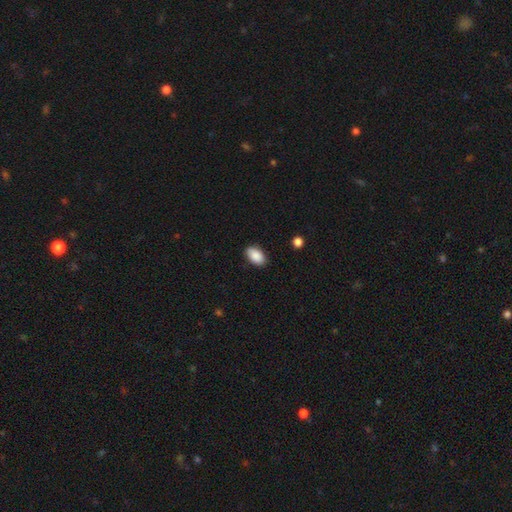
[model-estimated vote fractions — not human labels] This is clearly a smooth galaxy (90%). How rounded: clearly in between (93%). Merging: clearly none (87%).